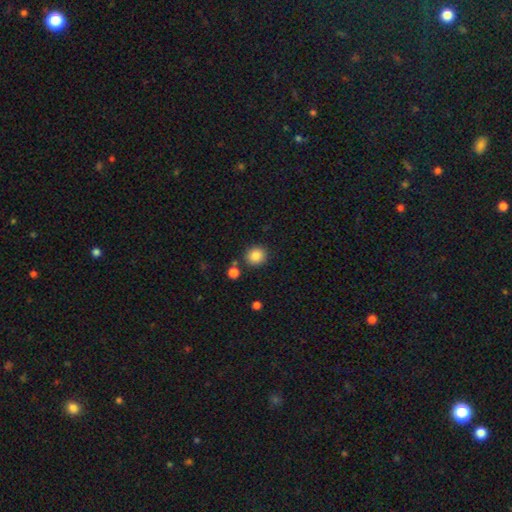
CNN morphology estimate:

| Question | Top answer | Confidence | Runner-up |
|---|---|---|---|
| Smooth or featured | smooth | 86% | star or artifact (10%) |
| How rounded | round | 85% | in between (14%) |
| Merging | none | 83% | minor disturbance (8%) |